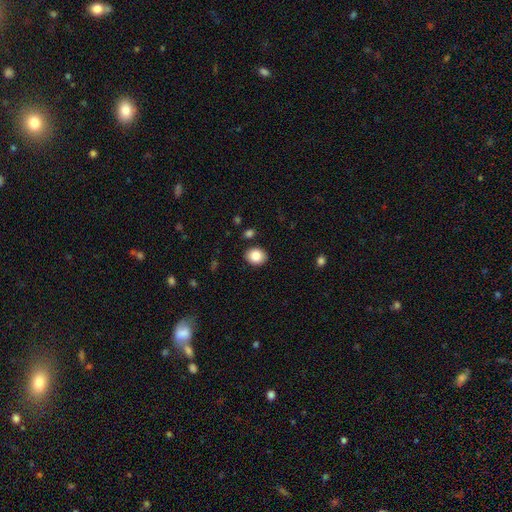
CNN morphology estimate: Smooth or featured: smooth — 85% (star or artifact — 9%)
How rounded: round — 56% (in between — 43%)
Merging: none — 87% (minor disturbance — 8%)